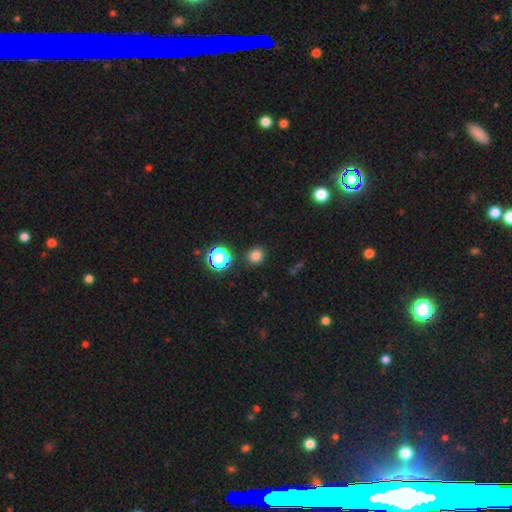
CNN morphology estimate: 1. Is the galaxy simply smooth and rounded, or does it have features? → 80% smooth, 16% star or artifact, 4% featured or disk.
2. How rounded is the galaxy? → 90% round, 9% in between, 1% cigar-shaped.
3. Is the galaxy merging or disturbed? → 90% none, 6% minor disturbance, 2% major disturbance, 2% merger.